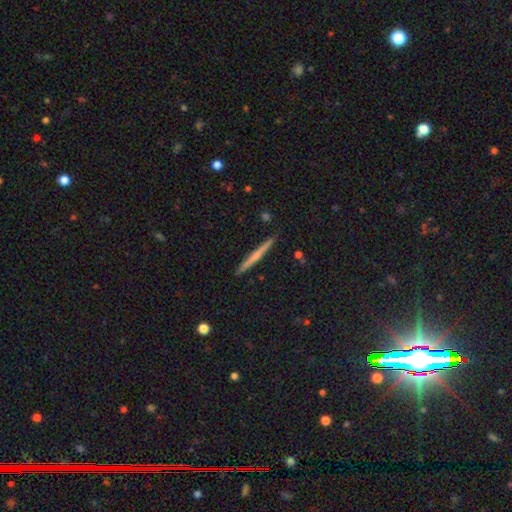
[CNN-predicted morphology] featured or disk 57%, smooth 36%, star or artifact 7%. Down the decision tree: edge-on disk — yes (98%); edge-on bulge — rounded (51%); merging — none (92%).